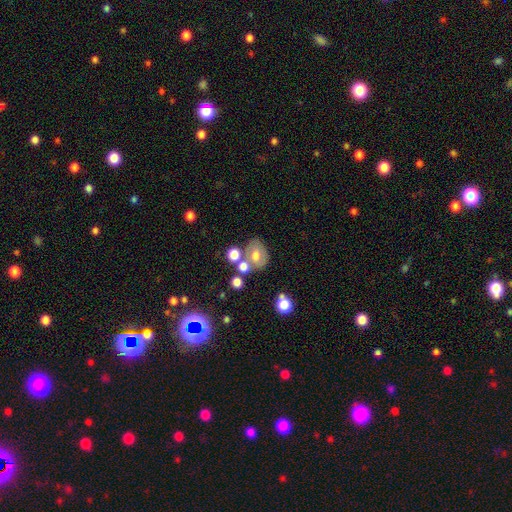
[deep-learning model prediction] Smooth or featured?
  - smooth: 51% *
  - featured or disk: 36%
  - star or artifact: 13%
How rounded?
  - in between: 57% *
  - round: 42%
  - cigar-shaped: 1%
Merging?
  - none: 47% *
  - merger: 27%
  - minor disturbance: 17%
  - major disturbance: 9%